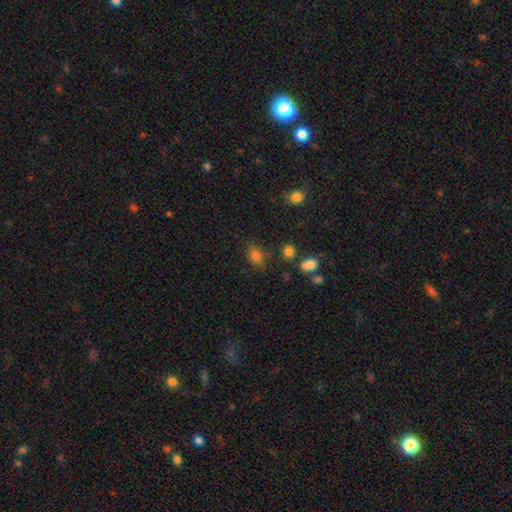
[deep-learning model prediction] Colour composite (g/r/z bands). It shows a smooth galaxy with no disk features (80%) that is in between round and cigar-shaped (77%). Merging: none (74%).